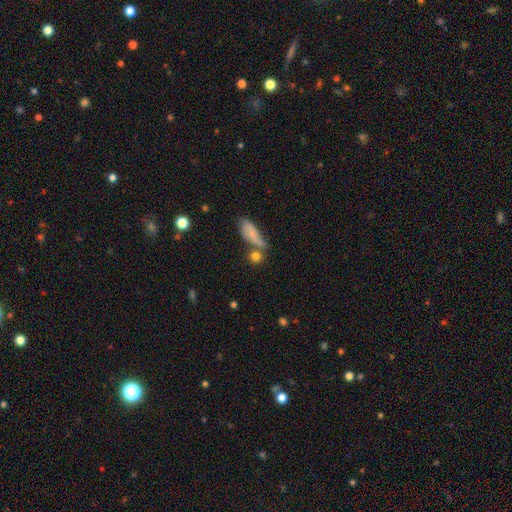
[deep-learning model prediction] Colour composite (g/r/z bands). It shows a smooth galaxy with no disk features (73%) that is round (71%). Merging: none (56%).